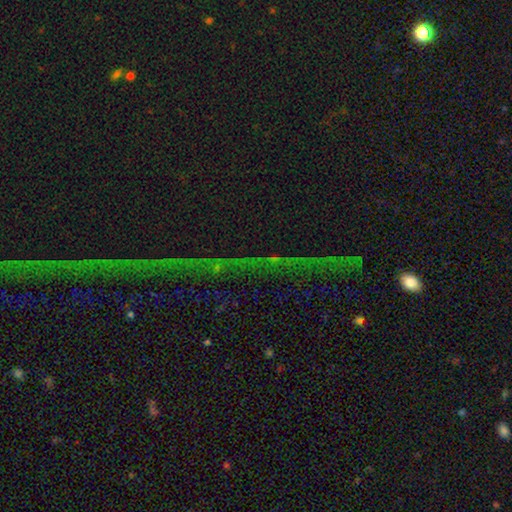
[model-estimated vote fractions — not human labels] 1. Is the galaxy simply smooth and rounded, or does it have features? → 75% star or artifact, 15% featured or disk, 10% smooth.